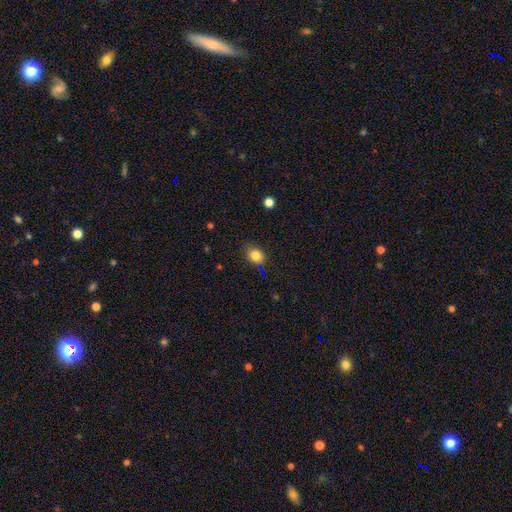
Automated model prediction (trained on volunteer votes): Smooth or featured? Predicted: smooth (p=0.82). How rounded? Predicted: round (p=0.58). Merging? Predicted: none (p=0.80).